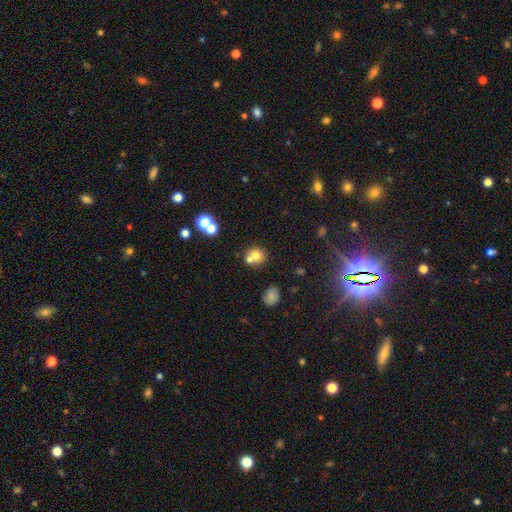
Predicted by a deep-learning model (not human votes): A smooth galaxy with no disk features (70%) that is round (84%).

Vote fractions:
- Smooth or featured? smooth: 70% / featured or disk: 16% / star or artifact: 14%
- How rounded? round: 84% / in between: 15% / cigar-shaped: 1%
- Merging? none: 48% / merger: 41% / minor disturbance: 8% / major disturbance: 3%